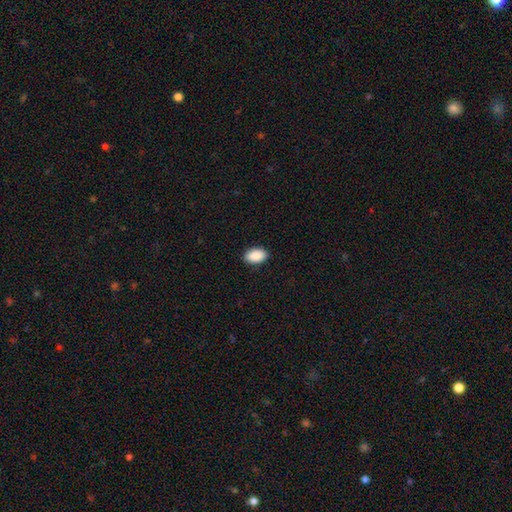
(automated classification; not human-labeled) Q: Smooth or featured?
A: smooth (91%); runner-up: star or artifact (7%)
Q: How rounded?
A: in between (93%); runner-up: round (6%)
Q: Merging?
A: none (90%); runner-up: minor disturbance (8%)